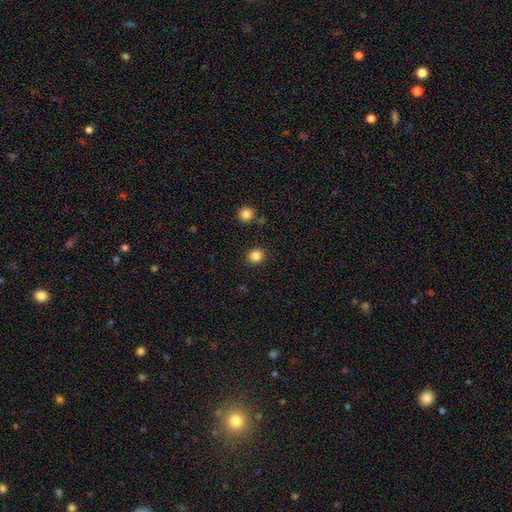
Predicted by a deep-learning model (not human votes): The model was most divided on "how rounded": round: 79%, in between: 20%, cigar-shaped: 1%. More confident: merging — none (89%); smooth or featured — smooth (85%).